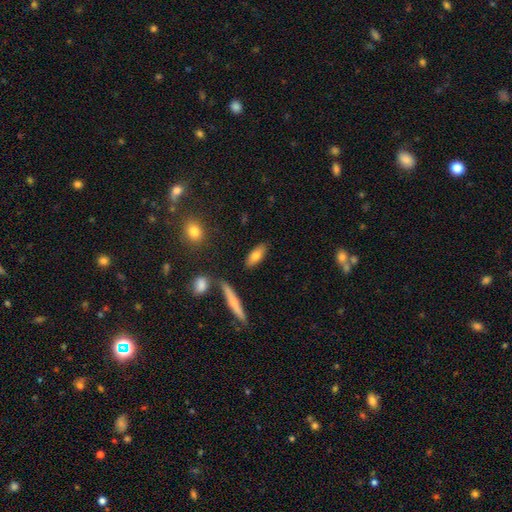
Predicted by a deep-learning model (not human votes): smooth 77%, featured or disk 16%, star or artifact 7%. Down the decision tree: how rounded — in between (75%); merging — none (84%).